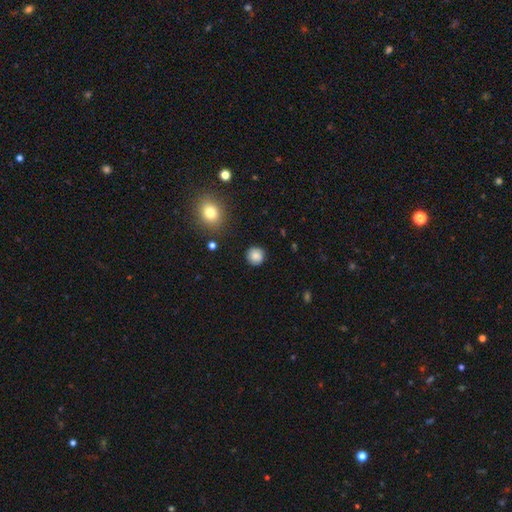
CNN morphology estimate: smooth_or_featured: smooth (p=0.84) [alt: star or artifact p=0.10]
how_rounded: round (p=0.93) [alt: in between p=0.06]
merging: none (p=0.88) [alt: minor disturbance p=0.08]